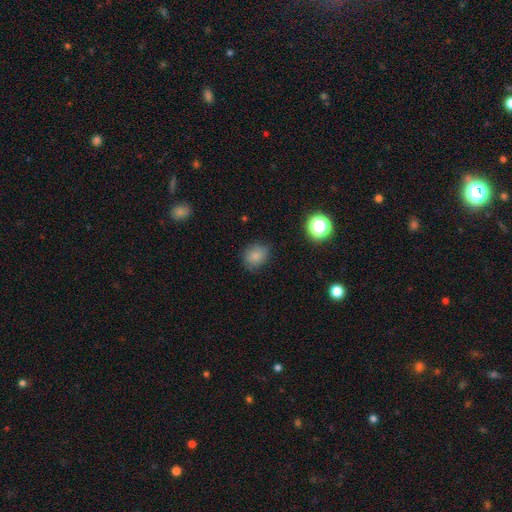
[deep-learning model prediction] A smooth galaxy with no disk features (81%) that is round (56%).

Vote fractions:
- Smooth or featured? smooth: 81% / star or artifact: 12% / featured or disk: 6%
- How rounded? round: 56% / in between: 43% / cigar-shaped: 1%
- Merging? none: 77% / minor disturbance: 18% / major disturbance: 4% / merger: 1%